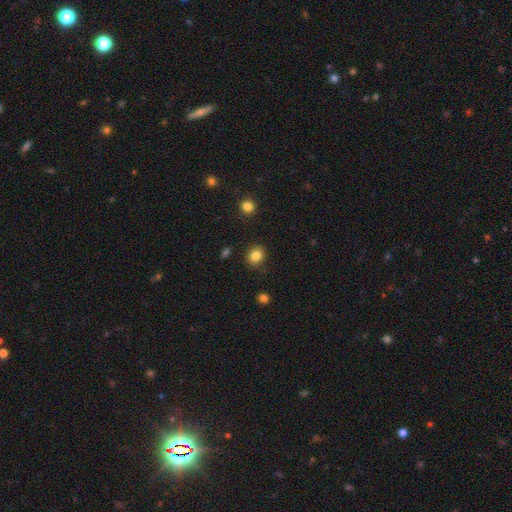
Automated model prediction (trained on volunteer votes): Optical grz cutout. It shows a smooth galaxy with no disk features (84%) that is round (70%). Merging: none (86%).